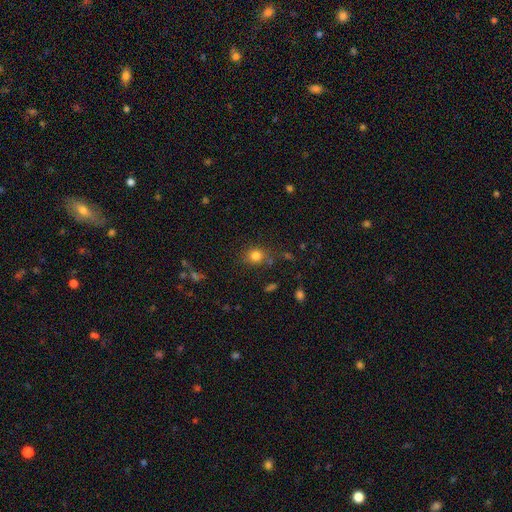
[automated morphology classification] type=smooth (80%); roundness=round (71%); merging=none (75%).